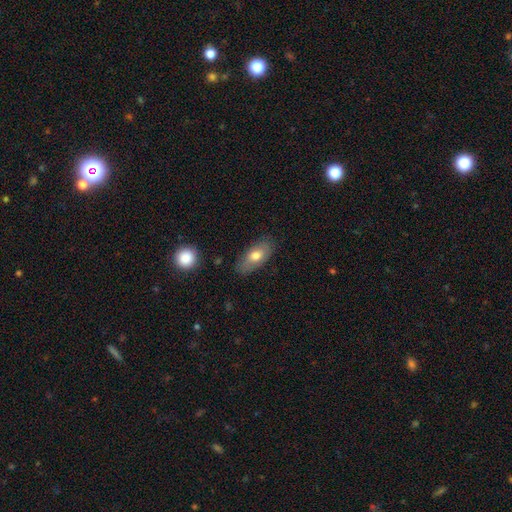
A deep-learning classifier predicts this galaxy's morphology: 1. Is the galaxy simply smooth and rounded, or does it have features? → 70% smooth, 23% featured or disk, 6% star or artifact.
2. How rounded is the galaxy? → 89% in between, 7% cigar-shaped, 4% round.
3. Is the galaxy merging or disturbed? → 77% none, 17% minor disturbance, 4% major disturbance, 2% merger.